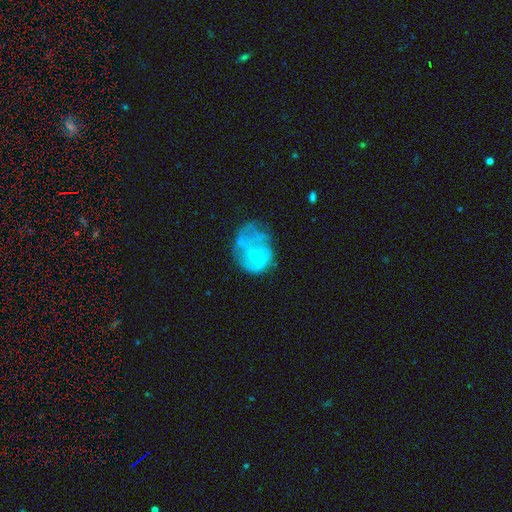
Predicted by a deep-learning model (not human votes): Morphology: type=featured or disk (63%); edge-on=no (98%); bar=no (70%); spiral arms=yes (62%); bulge=small (43%); merging=none (37%).